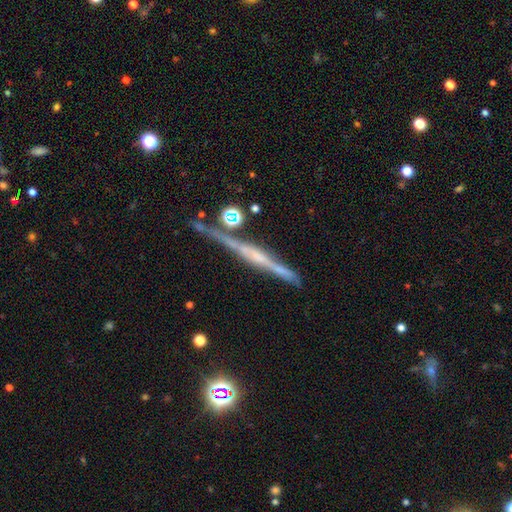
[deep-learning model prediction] This is likely a featured or disk galaxy (75%). It is clearly viewed edge-on (97%). Edge-on bulge: marginally rounded (39%). Merging: likely none (74%).